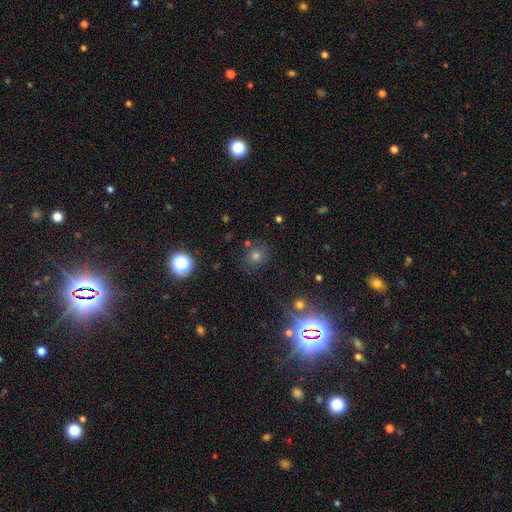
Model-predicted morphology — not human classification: Overall: smooth (45%; star or artifact 43%). Merging: none (81%).